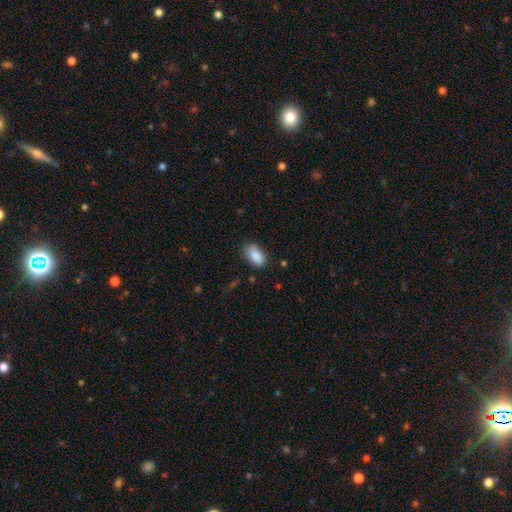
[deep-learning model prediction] Morphology: type=smooth (87%); roundness=in between (91%); merging=none (72%).